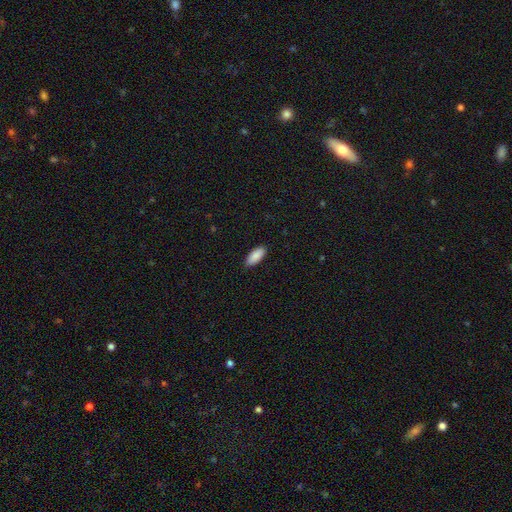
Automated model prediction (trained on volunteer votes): smooth-or-featured: smooth: 89% | star or artifact: 6% | featured or disk: 5%
  how-rounded: in between: 84% | cigar-shaped: 14% | round: 2%
  merging: none: 88% | minor disturbance: 9% | major disturbance: 2% | merger: 1%